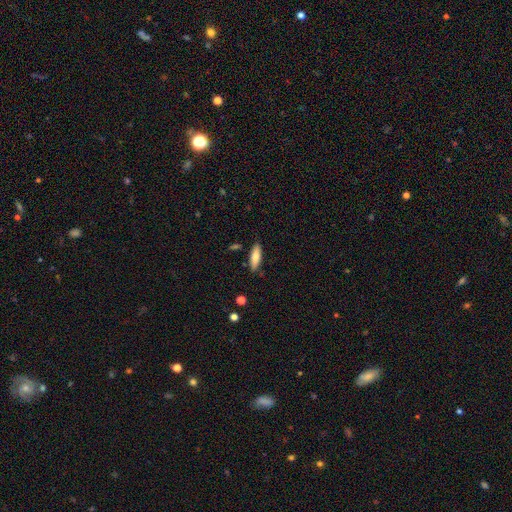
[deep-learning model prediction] smooth_or_featured: smooth (p=0.76) [alt: featured or disk p=0.18]
how_rounded: in between (p=0.49) [tied with: cigar-shaped p=0.49]
merging: none (p=0.84) [alt: minor disturbance p=0.12]